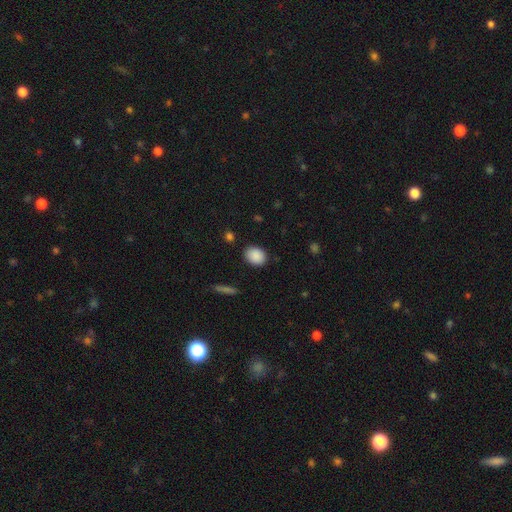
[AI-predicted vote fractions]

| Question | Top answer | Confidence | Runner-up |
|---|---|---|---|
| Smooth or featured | smooth | 89% | star or artifact (8%) |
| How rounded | in between | 58% | round (40%) |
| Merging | none | 86% | minor disturbance (10%) |